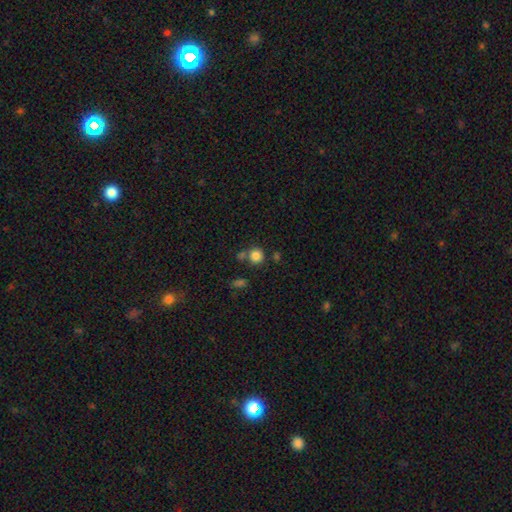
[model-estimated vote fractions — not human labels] Q: Smooth or featured?
A: smooth (83%); runner-up: star or artifact (11%)
Q: How rounded?
A: round (89%); runner-up: in between (10%)
Q: Merging?
A: none (67%); runner-up: merger (18%)